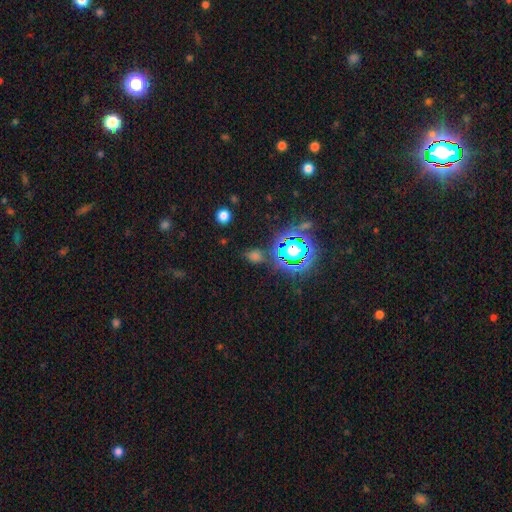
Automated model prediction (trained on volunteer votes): This appears to be a star or artifact, not a galaxy (49%).